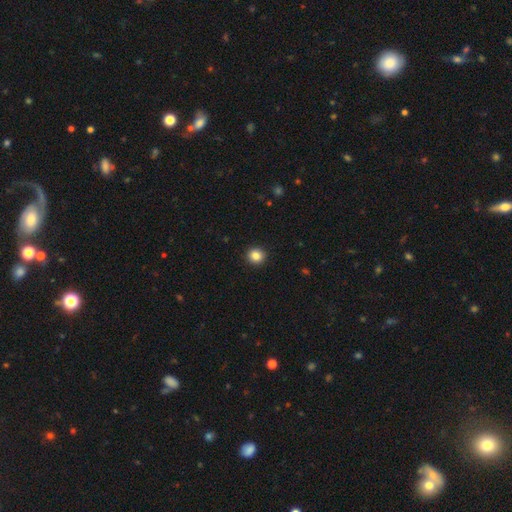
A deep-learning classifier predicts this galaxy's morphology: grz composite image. It shows a smooth galaxy with no disk features (85%) that is round (91%). Merging: none (93%).